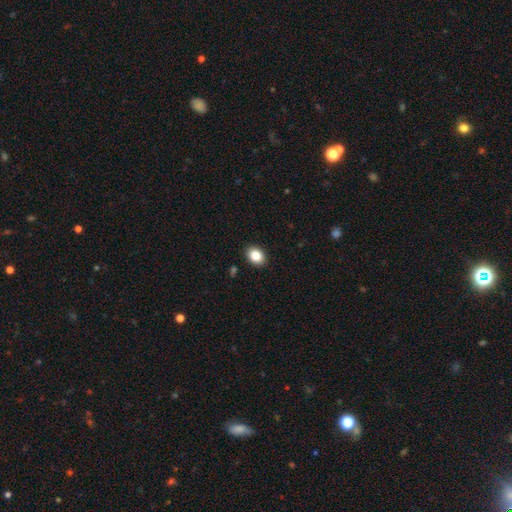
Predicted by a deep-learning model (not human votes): Smooth or featured? Predicted: smooth (p=0.86). How rounded? Predicted: in between (p=0.63). Merging? Predicted: none (p=0.90).